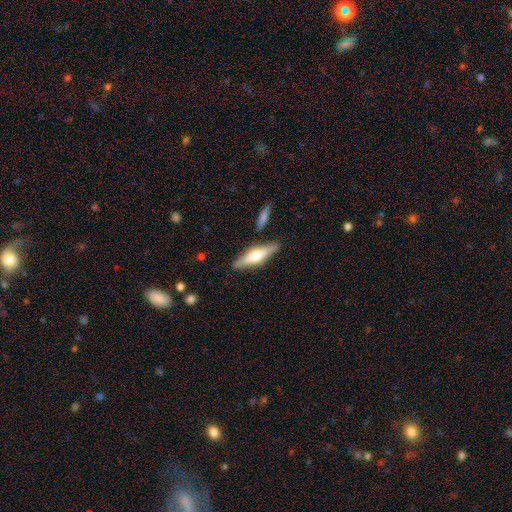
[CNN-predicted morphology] Smooth or featured?
  - featured or disk: 54% *
  - smooth: 40%
  - star or artifact: 6%
Edge-on disk?
  - yes: 94% *
  - no: 6%
Edge-on bulge?
  - rounded: 85% *
  - boxy: 12%
  - none: 4%
Merging?
  - none: 84% *
  - minor disturbance: 10%
  - merger: 4%
  - major disturbance: 2%